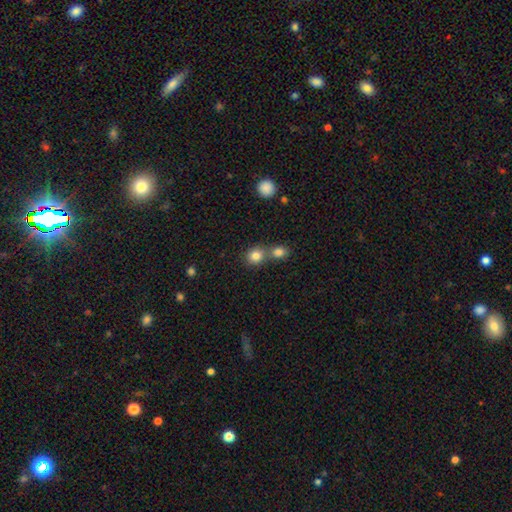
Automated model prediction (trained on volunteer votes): Smooth or featured: smooth — 82% (star or artifact — 11%)
How rounded: round — 82% (in between — 17%)
Merging: none — 49% (merger — 42%)